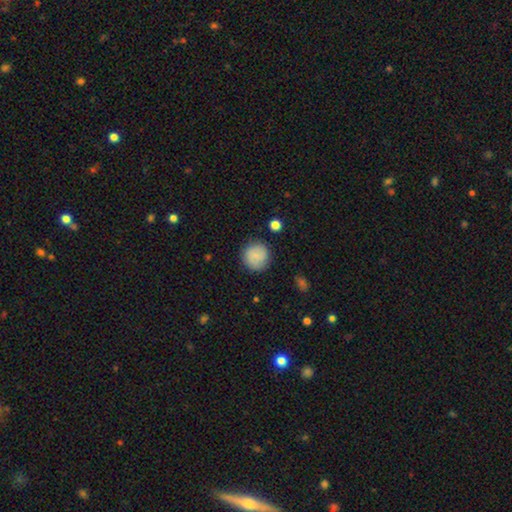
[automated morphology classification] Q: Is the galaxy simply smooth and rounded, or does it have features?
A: smooth — 81%.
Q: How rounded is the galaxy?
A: round — 93%.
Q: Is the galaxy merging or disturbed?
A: none — 85%.